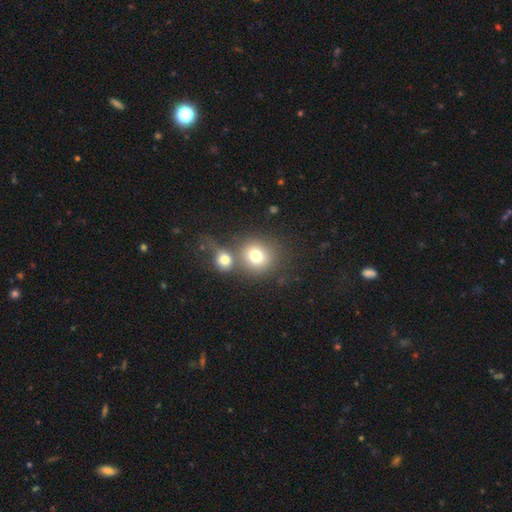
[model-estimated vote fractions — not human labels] The model was most divided on "merging": none: 47%, merger: 38%, minor disturbance: 9%, major disturbance: 6%. More confident: how rounded — round (84%); smooth or featured — smooth (75%).